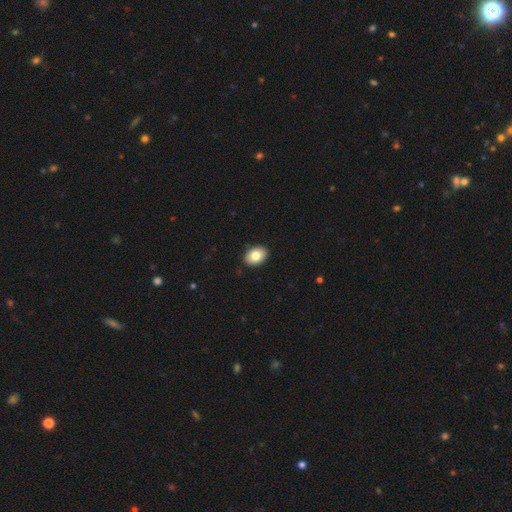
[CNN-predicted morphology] This is clearly a smooth galaxy (82%). How rounded: likely in between (78%). Merging: clearly none (90%).